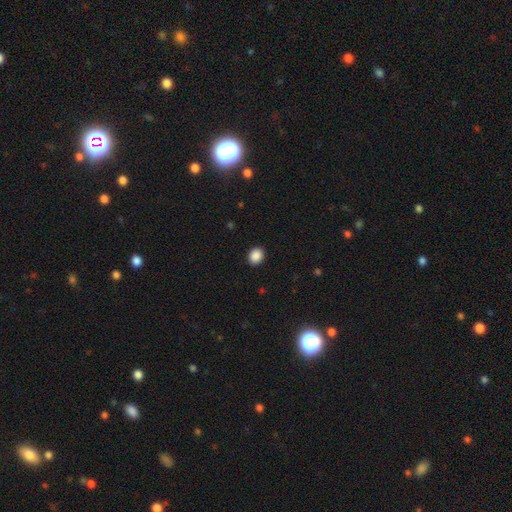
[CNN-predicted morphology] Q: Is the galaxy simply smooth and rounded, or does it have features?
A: smooth — 89%.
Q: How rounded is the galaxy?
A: round — 57%.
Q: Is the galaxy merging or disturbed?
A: none — 91%.